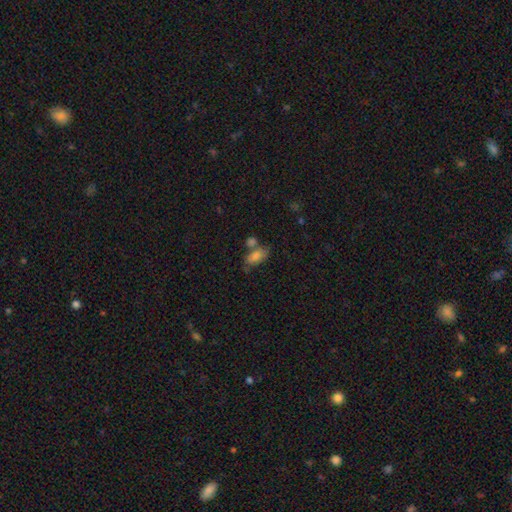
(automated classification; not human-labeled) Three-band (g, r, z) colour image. It shows a smooth galaxy with no disk features (77%) that is in between round and cigar-shaped (89%). Merging: none (48%).